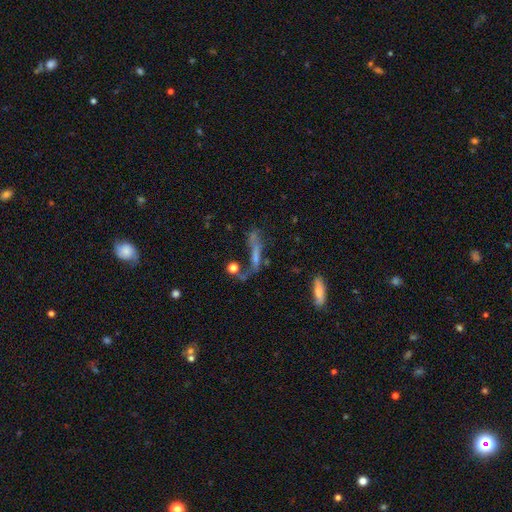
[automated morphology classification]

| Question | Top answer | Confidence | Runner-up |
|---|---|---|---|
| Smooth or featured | featured or disk | 45% | smooth (32%) |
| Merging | major disturbance | 33% | none (32%) |